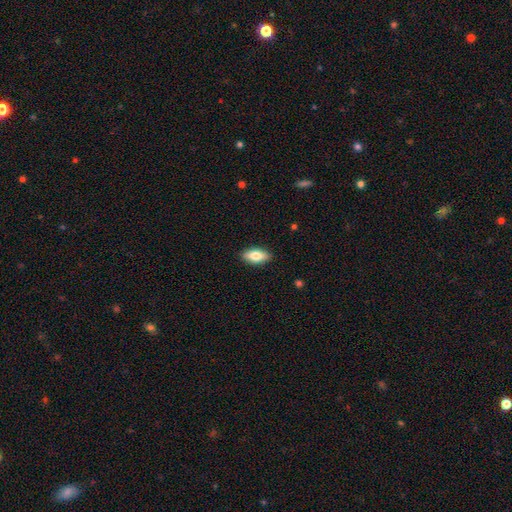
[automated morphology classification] This is likely a smooth galaxy (80%). How rounded: clearly in between (88%). Merging: clearly none (88%).